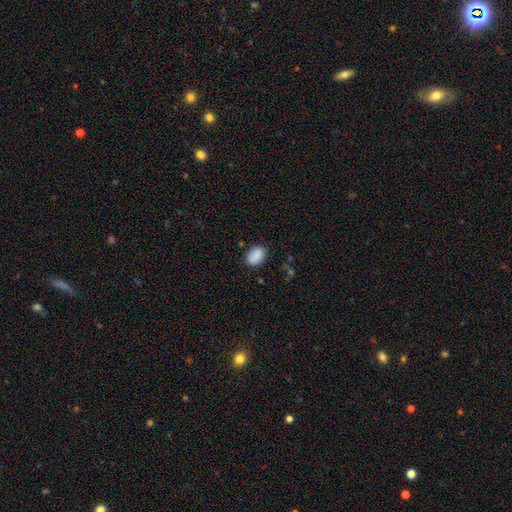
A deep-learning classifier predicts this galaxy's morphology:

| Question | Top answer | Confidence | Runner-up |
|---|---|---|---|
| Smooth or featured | smooth | 85% | star or artifact (8%) |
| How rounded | in between | 75% | round (24%) |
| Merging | none | 77% | minor disturbance (16%) |